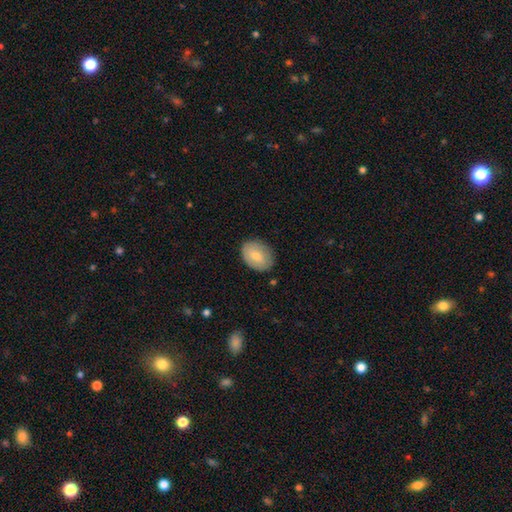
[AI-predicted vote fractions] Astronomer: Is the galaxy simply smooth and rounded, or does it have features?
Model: smooth — 75%.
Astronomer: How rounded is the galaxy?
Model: in between — 74%.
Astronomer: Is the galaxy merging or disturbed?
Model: none — 81%.